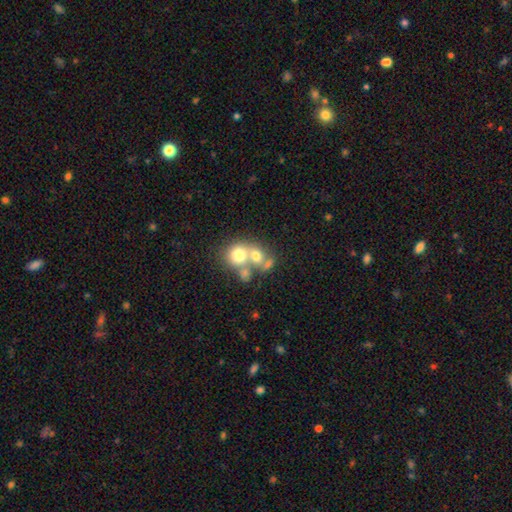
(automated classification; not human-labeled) Overall: smooth (65%). How rounded: round (67%; in between 31%). Merging: merger (58%; none 29%).